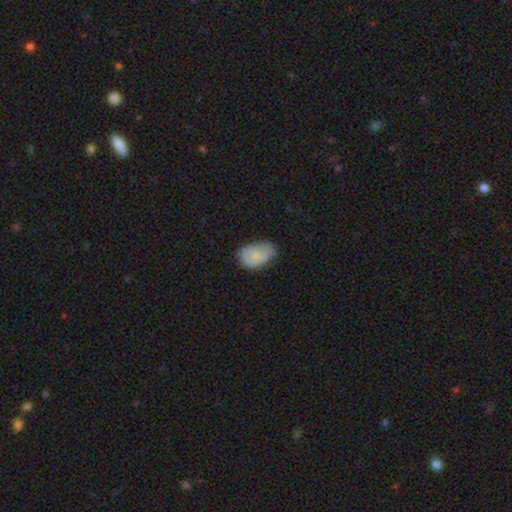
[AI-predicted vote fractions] smooth 74%, featured or disk 20%, star or artifact 7%. Down the decision tree: how rounded — in between (87%); merging — none (47%).